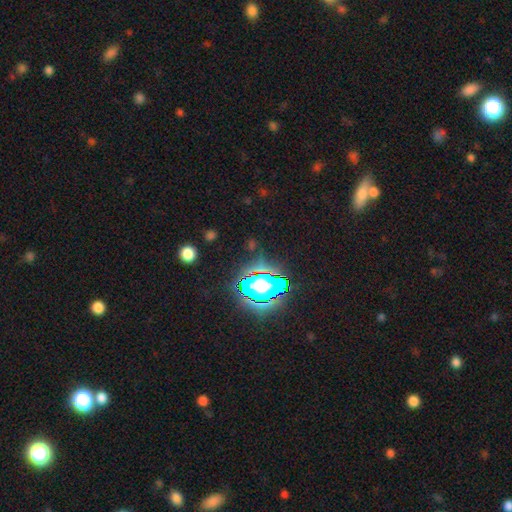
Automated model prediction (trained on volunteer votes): Morphology: type=star or artifact (75%).